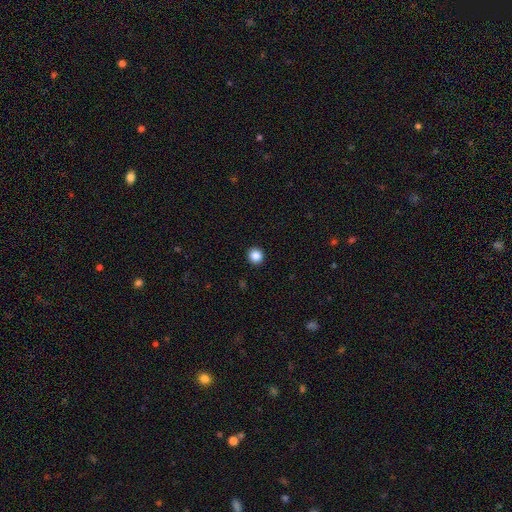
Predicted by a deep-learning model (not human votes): Smooth or featured?
  - smooth: 87% *
  - star or artifact: 10%
  - featured or disk: 3%
How rounded?
  - round: 92% *
  - in between: 7%
  - cigar-shaped: 1%
Merging?
  - none: 93% *
  - minor disturbance: 4%
  - major disturbance: 2%
  - merger: 1%